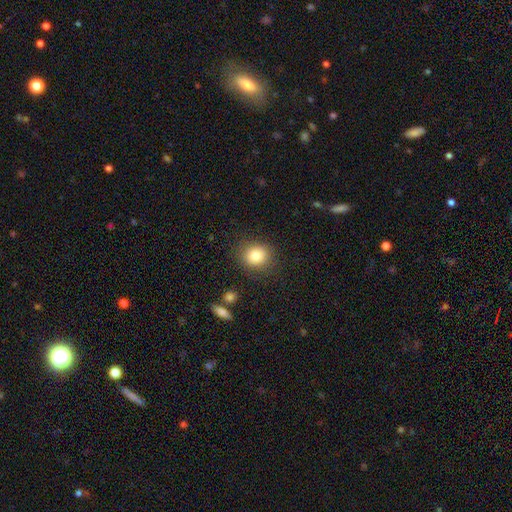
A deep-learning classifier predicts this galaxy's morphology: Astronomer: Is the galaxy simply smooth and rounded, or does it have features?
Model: smooth — 84%.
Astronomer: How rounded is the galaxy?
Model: round — 74%.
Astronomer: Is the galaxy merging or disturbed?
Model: none — 85%.